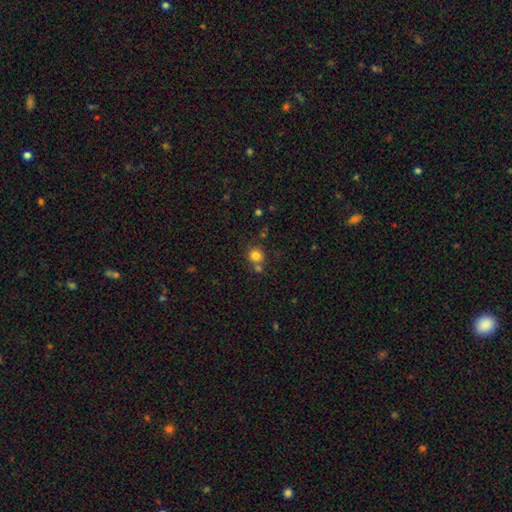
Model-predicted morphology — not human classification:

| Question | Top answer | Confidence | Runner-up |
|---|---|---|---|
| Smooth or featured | smooth | 81% | star or artifact (12%) |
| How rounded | round | 89% | in between (10%) |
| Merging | none | 64% | merger (23%) |